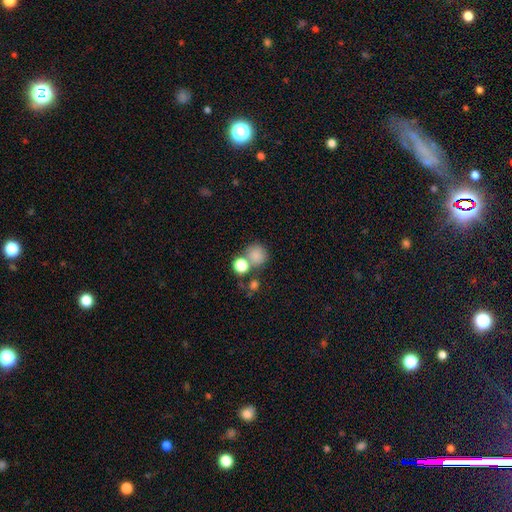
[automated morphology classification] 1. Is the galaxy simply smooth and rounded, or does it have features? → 81% smooth, 12% star or artifact, 7% featured or disk.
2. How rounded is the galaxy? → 85% round, 14% in between, 1% cigar-shaped.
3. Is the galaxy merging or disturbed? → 57% none, 28% merger, 10% minor disturbance, 5% major disturbance.